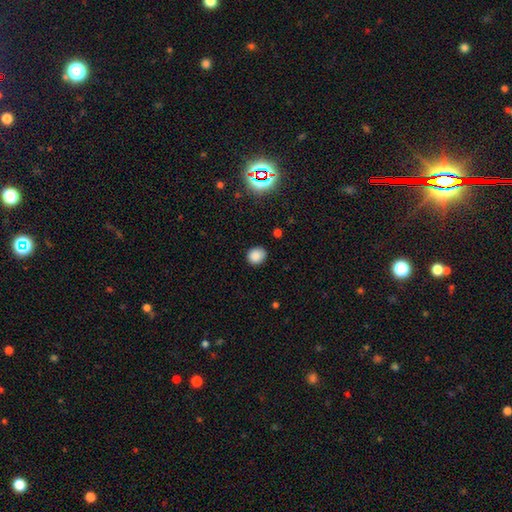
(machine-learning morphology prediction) Smooth or featured?
  - smooth: 84% *
  - star or artifact: 12%
  - featured or disk: 4%
How rounded?
  - round: 69% *
  - in between: 30%
  - cigar-shaped: 1%
Merging?
  - none: 83% *
  - minor disturbance: 13%
  - major disturbance: 3%
  - merger: 1%